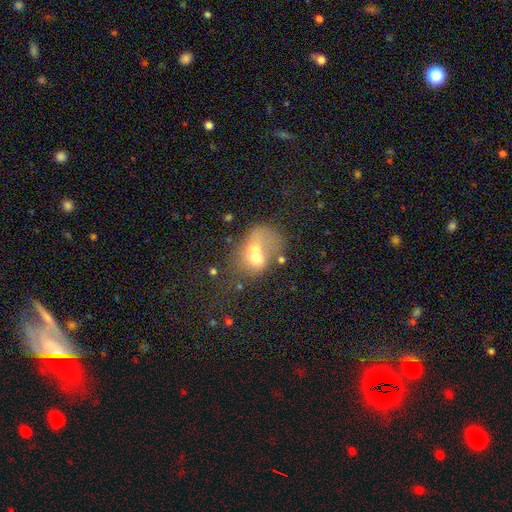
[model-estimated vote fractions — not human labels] The model was most divided on "how rounded": in between: 58%, round: 41%, cigar-shaped: 1%. More confident: merging — merger (58%); smooth or featured — smooth (55%).